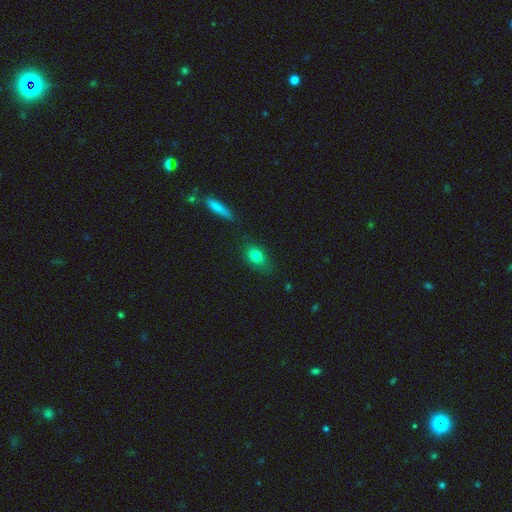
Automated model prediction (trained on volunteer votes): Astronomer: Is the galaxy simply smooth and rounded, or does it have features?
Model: smooth — 80%.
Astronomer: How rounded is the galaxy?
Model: in between — 72%.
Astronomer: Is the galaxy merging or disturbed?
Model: none — 76%.